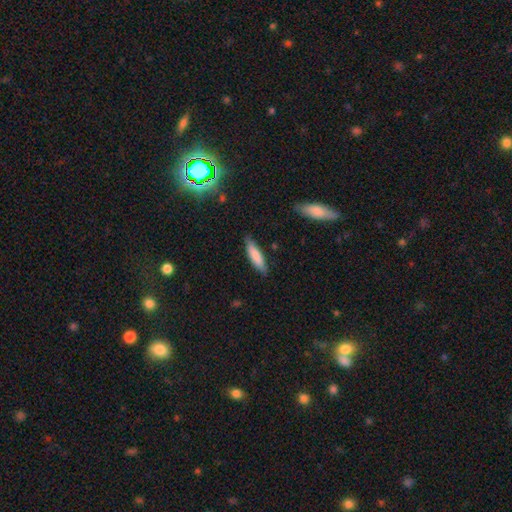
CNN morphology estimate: This appears to be a smooth galaxy with no disk features (81%) that is cigar-shaped (70%). Merging: none (81%).